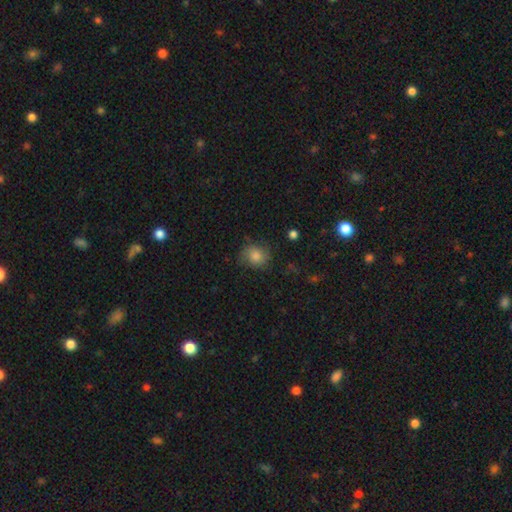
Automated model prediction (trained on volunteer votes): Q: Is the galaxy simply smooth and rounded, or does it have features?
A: smooth — 78%.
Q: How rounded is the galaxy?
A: round — 70%.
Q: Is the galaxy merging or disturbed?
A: none — 71%.